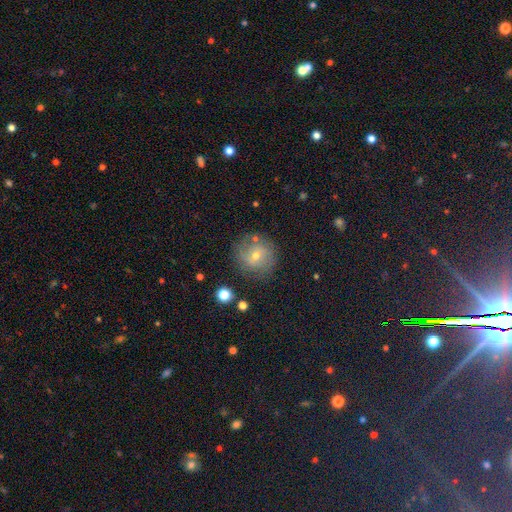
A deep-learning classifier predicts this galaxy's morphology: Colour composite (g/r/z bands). It shows a featured or disk galaxy (45%). Merging: none (76%).